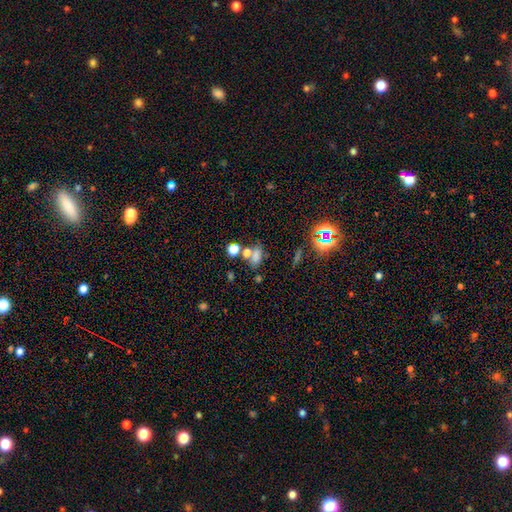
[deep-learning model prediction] Smooth or featured? smooth (65%)
How rounded? in between (73%)
Merging? none (54%)